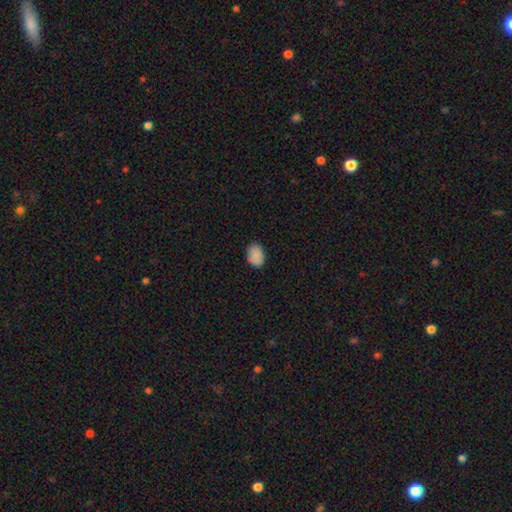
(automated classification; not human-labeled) smooth-or-featured: smooth: 88% | star or artifact: 8% | featured or disk: 4%
  how-rounded: in between: 82% | round: 17% | cigar-shaped: 1%
  merging: none: 85% | minor disturbance: 12% | major disturbance: 2% | merger: 1%